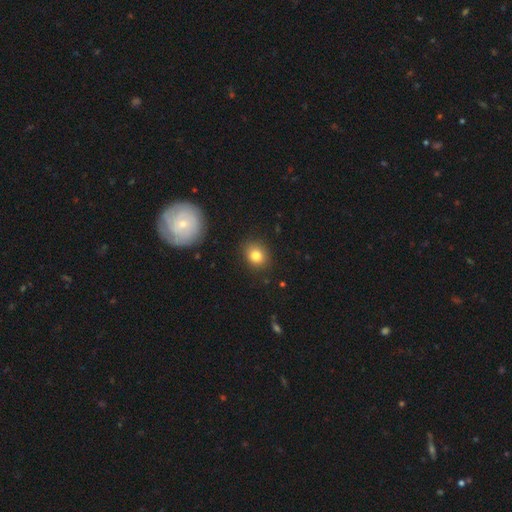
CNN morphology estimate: A smooth galaxy with no disk features (80%) that is round (66%).

Vote fractions:
- Smooth or featured? smooth: 80% / star or artifact: 11% / featured or disk: 8%
- How rounded? round: 66% / in between: 33% / cigar-shaped: 1%
- Merging? none: 87% / minor disturbance: 9% / major disturbance: 2% / merger: 1%